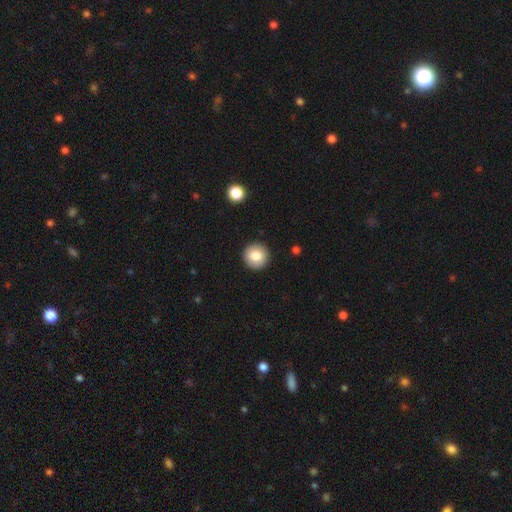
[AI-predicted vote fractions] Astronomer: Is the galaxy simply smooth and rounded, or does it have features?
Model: smooth — 82%.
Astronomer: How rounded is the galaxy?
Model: round — 95%.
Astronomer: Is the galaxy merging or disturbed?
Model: none — 92%.